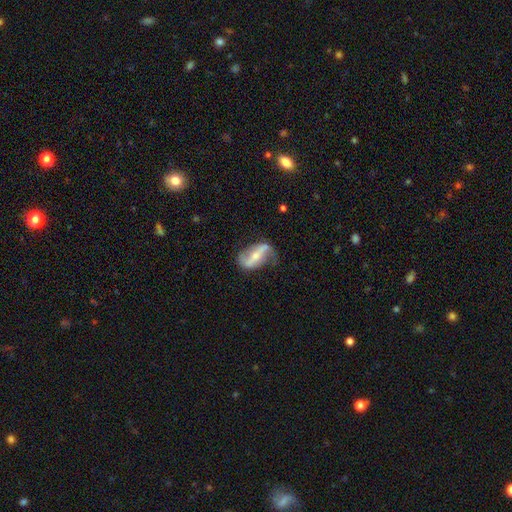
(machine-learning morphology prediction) smooth_or_featured: featured or disk (p=0.78) [alt: smooth p=0.16]
disk_edge_on: no (p=0.91) [alt: yes p=0.09]
bar: strong (p=0.65) [alt: weak p=0.21]
has_spiral_arms: yes (p=0.84) [alt: no p=0.16]
spiral_winding: loose (p=0.70) [alt: medium p=0.21]
spiral_arm_count: 2 (p=0.86) [alt: 1 p=0.06]
bulge_size: small (p=0.52) [alt: moderate p=0.40]
merging: none (p=0.63) [alt: minor disturbance p=0.23]